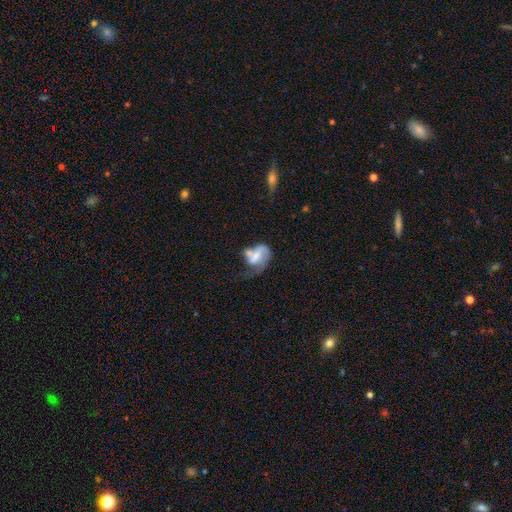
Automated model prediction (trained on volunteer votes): Smooth or featured? Predicted: featured or disk (p=0.58). Edge-on disk? Predicted: no (p=0.97). Bar? Predicted: no (p=0.48). Spiral arms? Predicted: yes (p=0.71). Bulge size? Predicted: small (p=0.39). Merging? Predicted: major disturbance (p=0.36).